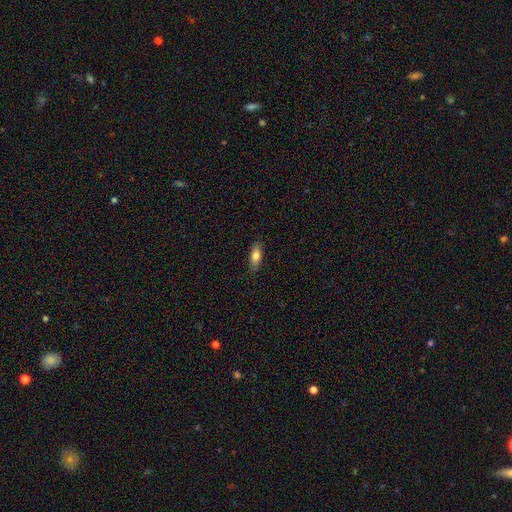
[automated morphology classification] smooth 80%, featured or disk 13%, star or artifact 7%. Down the decision tree: how rounded — in between (75%); merging — none (84%).